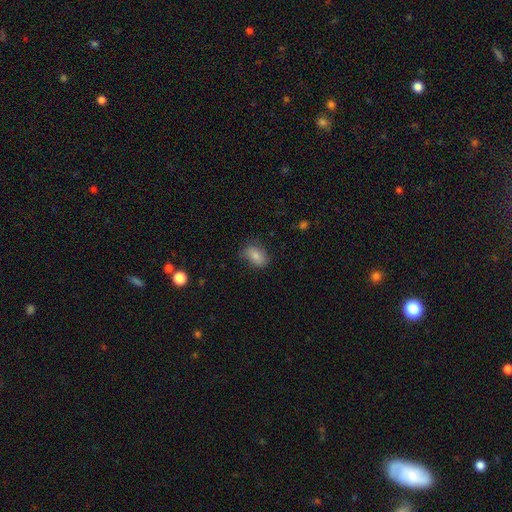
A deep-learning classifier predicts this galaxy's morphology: Smooth or featured? Predicted: smooth (p=0.81). How rounded? Predicted: in between (p=0.86). Merging? Predicted: none (p=0.71).